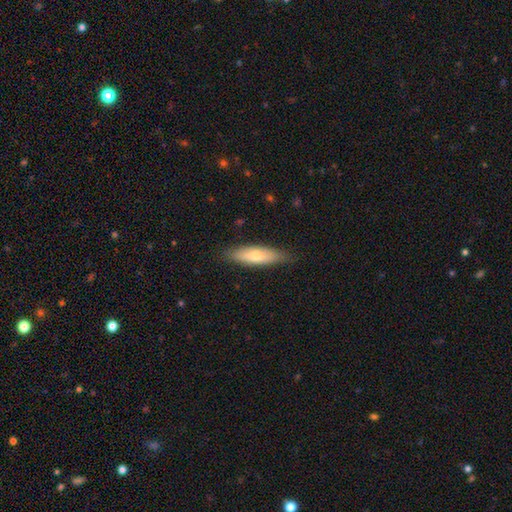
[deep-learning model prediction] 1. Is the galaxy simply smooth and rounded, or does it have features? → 68% smooth, 26% featured or disk, 6% star or artifact.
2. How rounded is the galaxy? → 53% cigar-shaped, 45% in between, 2% round.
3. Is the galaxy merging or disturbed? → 83% none, 14% minor disturbance, 3% major disturbance, 1% merger.